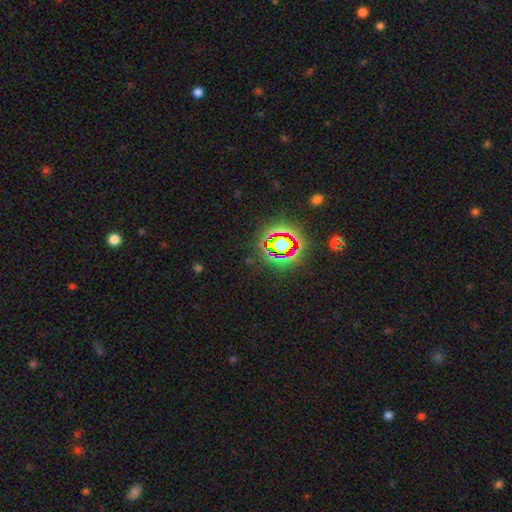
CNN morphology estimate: A star or artifact, not a galaxy (78%).